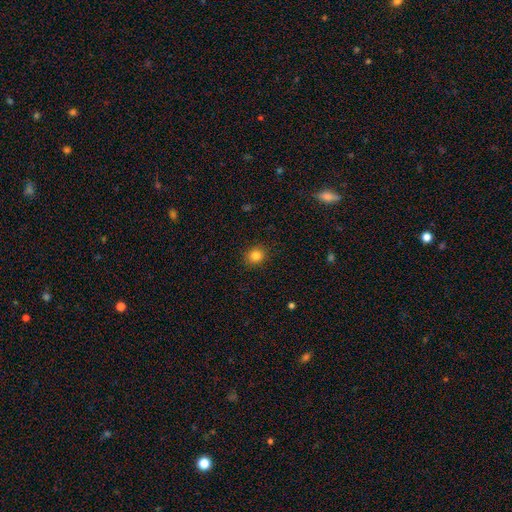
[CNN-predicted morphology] smooth 84%, star or artifact 11%, featured or disk 5%. Down the decision tree: how rounded — round (75%); merging — none (90%).